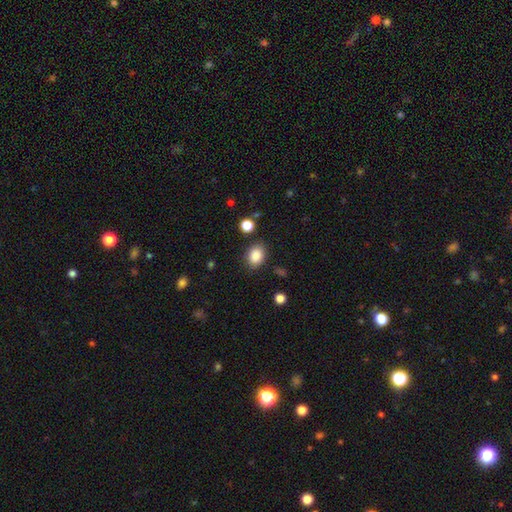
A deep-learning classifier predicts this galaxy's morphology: Overall: smooth (87%). How rounded: in between (65%; round 34%). Merging: none (82%).